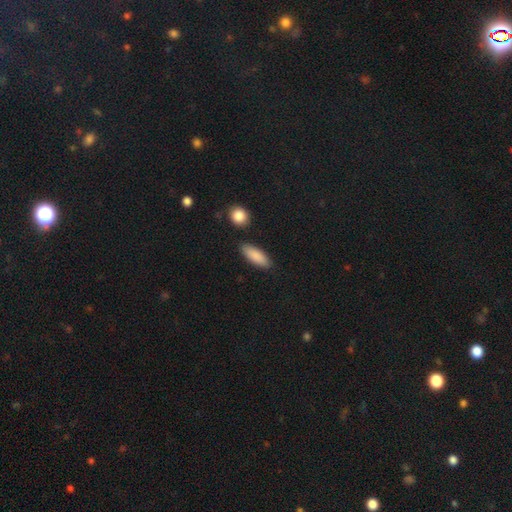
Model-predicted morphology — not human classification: Smooth or featured: smooth — 88% (featured or disk — 6%)
How rounded: in between — 69% (cigar-shaped — 28%)
Merging: none — 84% (minor disturbance — 10%)